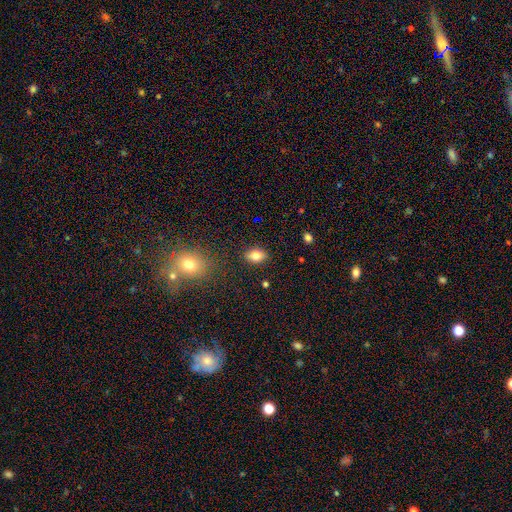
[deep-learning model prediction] Morphology: type=smooth (78%); roundness=in between (82%); merging=none (86%).